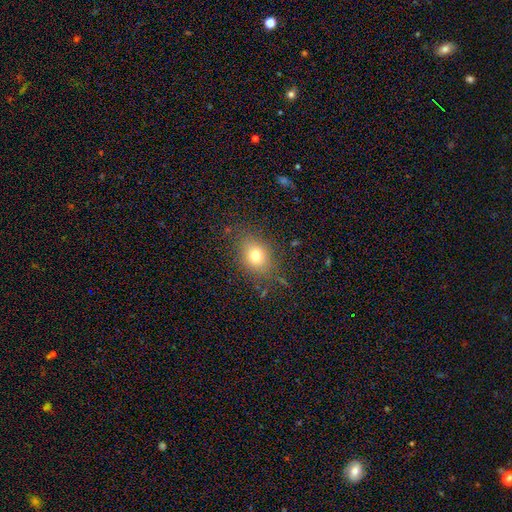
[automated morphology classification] The model was most divided on "how rounded": in between: 55%, round: 43%, cigar-shaped: 1%. More confident: merging — none (80%); smooth or featured — smooth (74%).